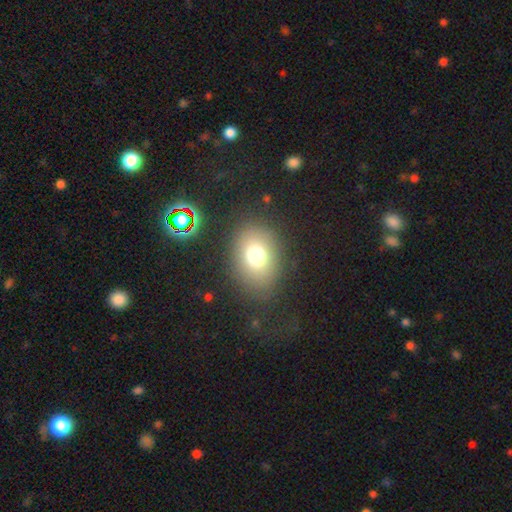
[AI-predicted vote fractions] smooth-or-featured: smooth: 72% | star or artifact: 16% | featured or disk: 12%
  how-rounded: in between: 57% | round: 42% | cigar-shaped: 1%
  merging: none: 81% | minor disturbance: 11% | major disturbance: 6% | merger: 2%